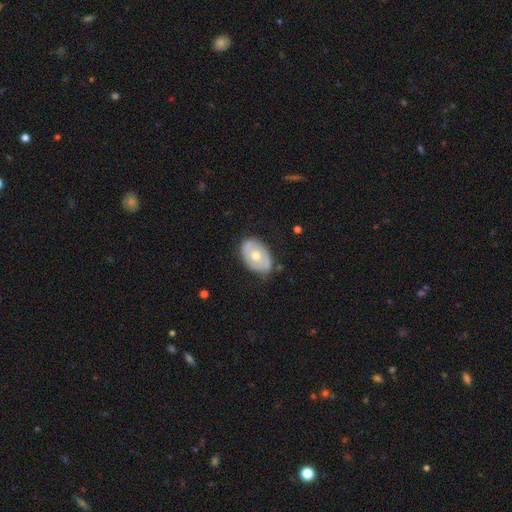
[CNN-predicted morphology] The model was most divided on "smooth or featured": featured or disk: 48%, smooth: 46%, star or artifact: 6%. More confident: merging — none (74%).